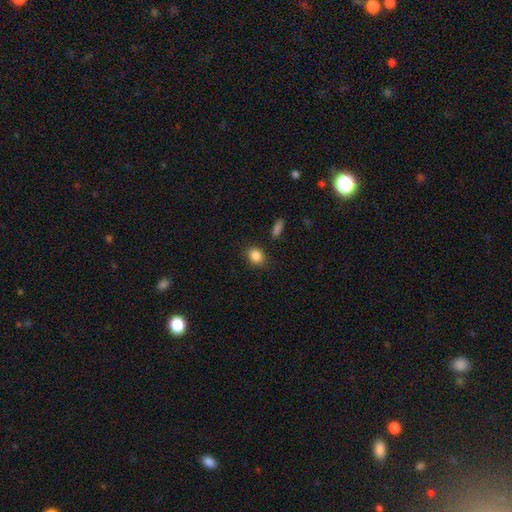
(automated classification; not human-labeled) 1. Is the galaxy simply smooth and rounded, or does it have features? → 86% smooth, 9% star or artifact, 4% featured or disk.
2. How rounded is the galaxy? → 63% round, 35% in between, 1% cigar-shaped.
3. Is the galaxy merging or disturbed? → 84% none, 10% minor disturbance, 3% major disturbance, 3% merger.